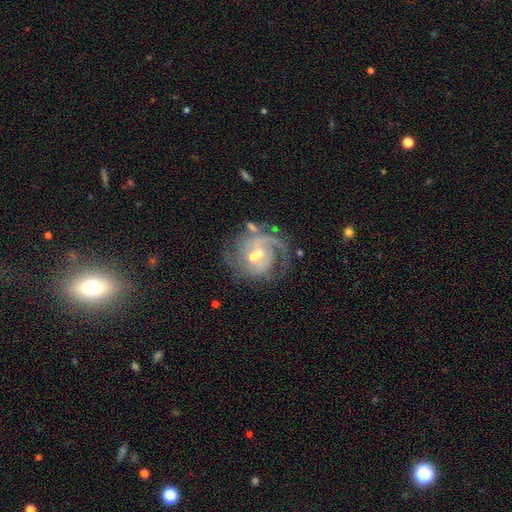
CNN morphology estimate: The model was most divided on "spiral winding": tight: 43%, medium: 40%, loose: 17%. Remaining: edge-on disk — no (98%); spiral arms — yes (93%); smooth or featured — featured or disk (83%); bar — no (51%); merging — none (50%); bulge size — moderate (49%); spiral arm count — 2 (37%).